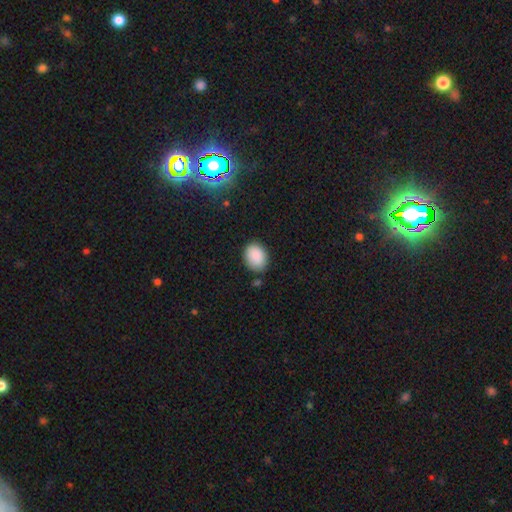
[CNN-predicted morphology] This appears to be a smooth galaxy with no disk features (89%) that is in between round and cigar-shaped (65%). Merging: none (80%).